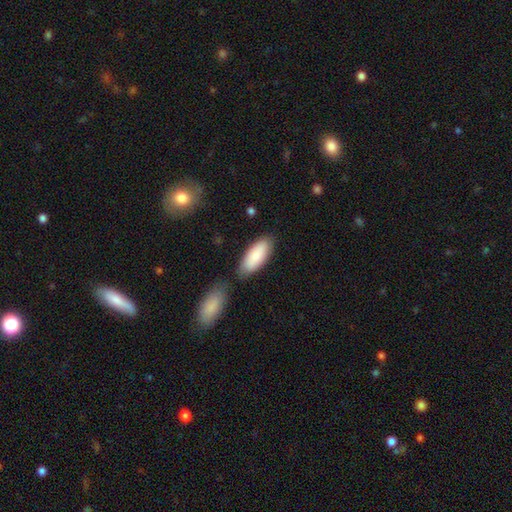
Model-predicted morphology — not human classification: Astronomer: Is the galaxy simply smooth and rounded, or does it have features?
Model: smooth — 86%.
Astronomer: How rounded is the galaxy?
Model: in between — 82%.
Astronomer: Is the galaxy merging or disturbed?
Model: none — 71%.